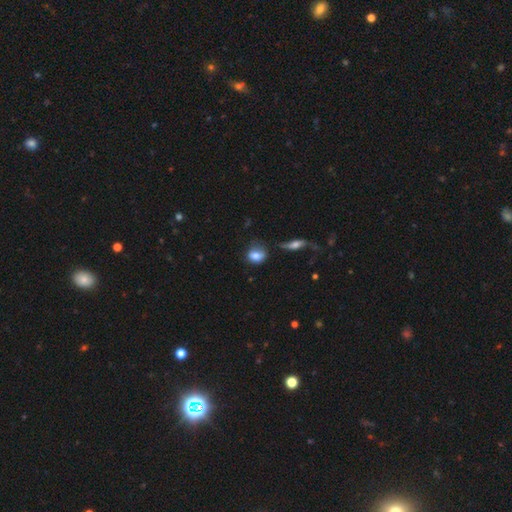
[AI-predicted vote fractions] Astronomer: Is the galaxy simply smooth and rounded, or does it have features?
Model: smooth — 77%.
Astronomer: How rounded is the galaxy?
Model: in between — 51% (runner-up: round, 46%).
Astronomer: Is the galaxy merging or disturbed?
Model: none — 51% (runner-up: minor disturbance, 29%).